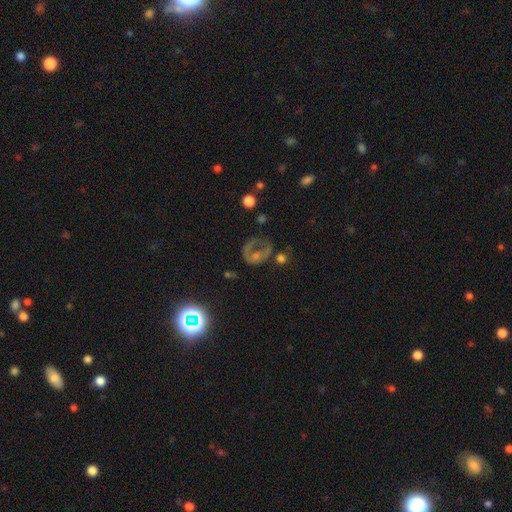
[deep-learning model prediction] Smooth or featured: featured or disk — 48% (star or artifact — 27%)
Merging: none — 46% (major disturbance — 29%)